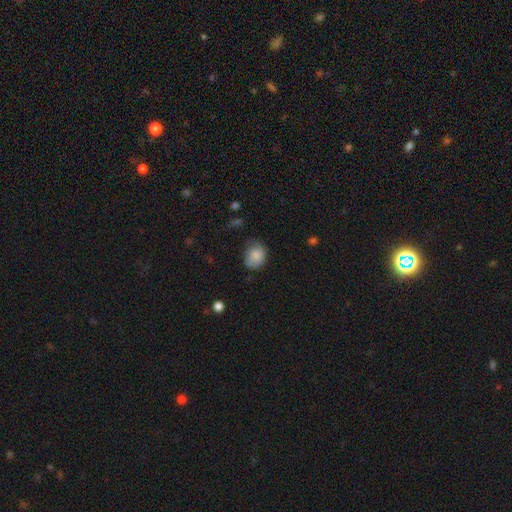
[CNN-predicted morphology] Smooth or featured: smooth — 84% (featured or disk — 8%)
How rounded: in between — 51% (round — 48%)
Merging: none — 55% (minor disturbance — 33%)